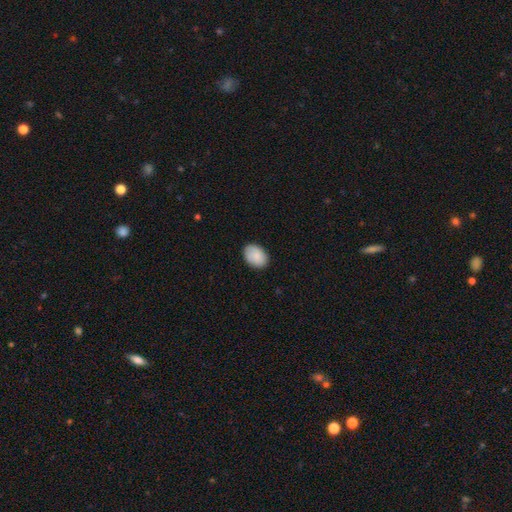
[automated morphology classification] smooth-or-featured: smooth: 86% | featured or disk: 7% | star or artifact: 6%
  how-rounded: in between: 81% | round: 18% | cigar-shaped: 1%
  merging: none: 84% | minor disturbance: 13% | major disturbance: 2% | merger: 1%